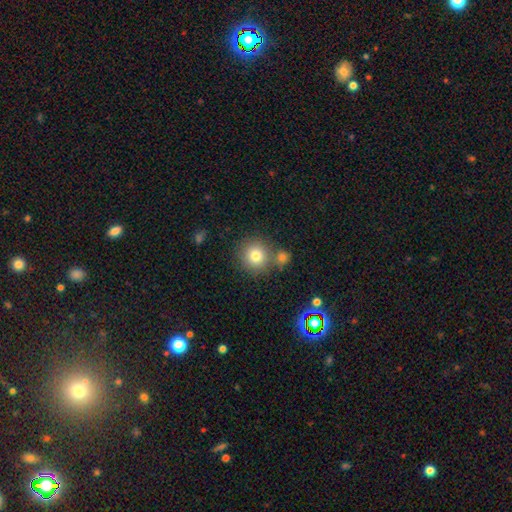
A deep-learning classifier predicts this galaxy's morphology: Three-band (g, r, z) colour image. It shows a smooth galaxy with no disk features (79%) that is round (92%). Merging: none (71%).